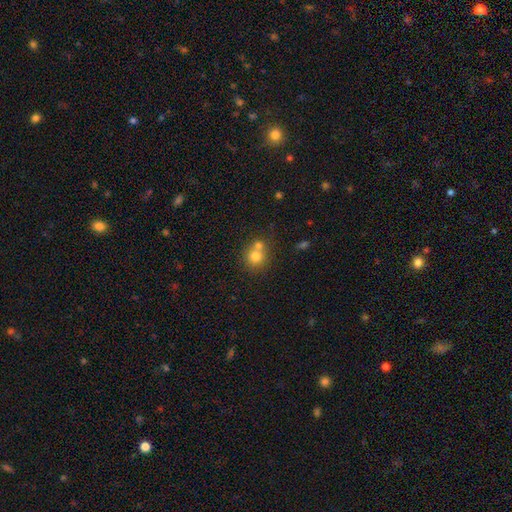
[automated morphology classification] Smooth or featured? Predicted: smooth (p=0.75). How rounded? Predicted: round (p=0.86). Merging? Predicted: merger (p=0.46).